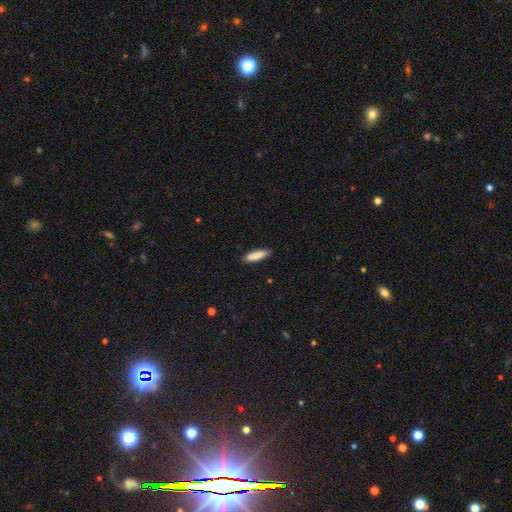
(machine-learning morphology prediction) This appears to be a smooth galaxy with no disk features (87%) that is cigar-shaped (70%). Merging: none (87%).